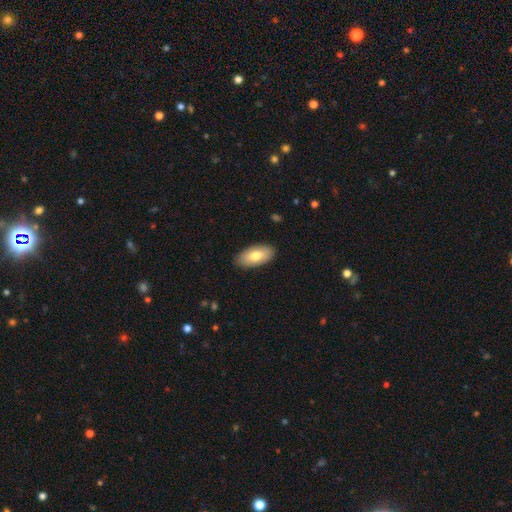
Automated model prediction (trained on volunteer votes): Morphology: type=smooth (74%); roundness=in between (93%); merging=none (87%).